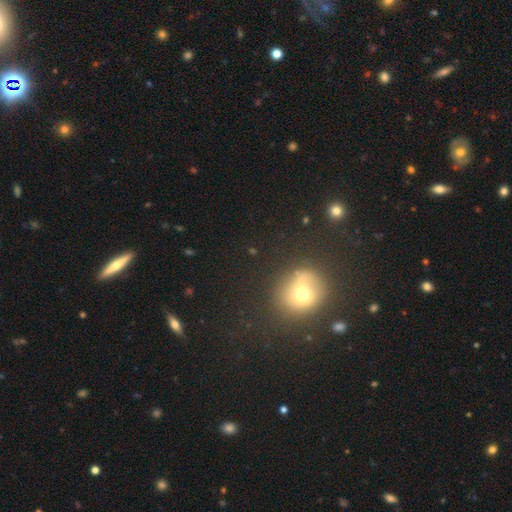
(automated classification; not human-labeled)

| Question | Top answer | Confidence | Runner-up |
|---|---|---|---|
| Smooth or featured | smooth | 51% | star or artifact (27%) |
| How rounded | round | 77% | in between (20%) |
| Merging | none | 72% | minor disturbance (15%) |